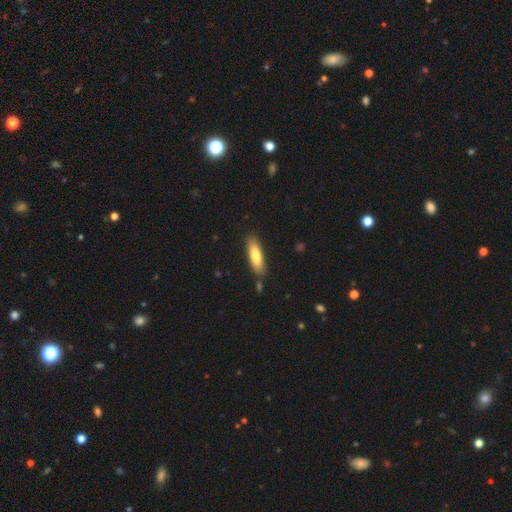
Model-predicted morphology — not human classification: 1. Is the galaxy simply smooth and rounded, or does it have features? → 78% smooth, 17% featured or disk, 6% star or artifact.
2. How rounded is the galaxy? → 56% cigar-shaped, 42% in between, 2% round.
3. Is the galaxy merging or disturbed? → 84% none, 11% minor disturbance, 3% merger, 2% major disturbance.